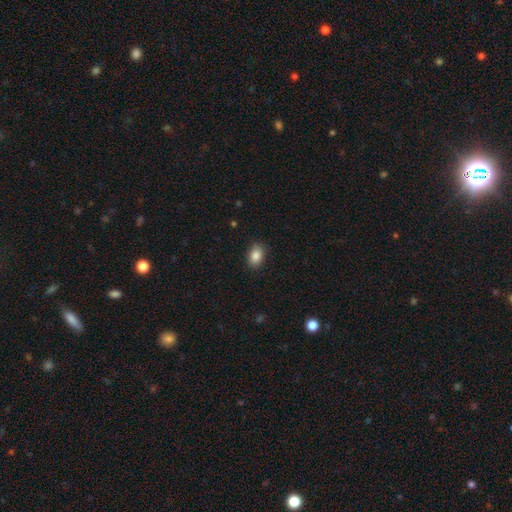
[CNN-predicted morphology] This appears to be a smooth galaxy with no disk features (87%) that is in between round and cigar-shaped (79%). Merging: none (87%).